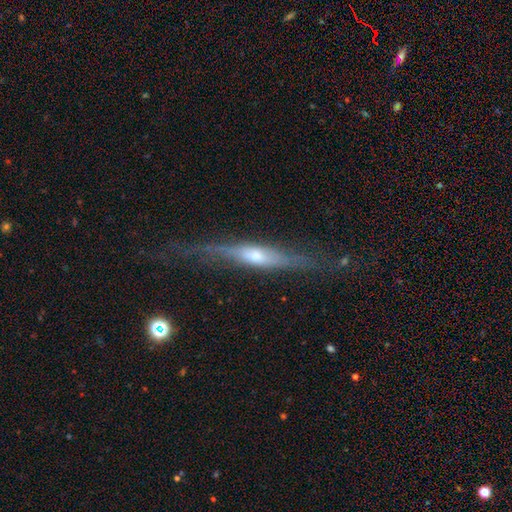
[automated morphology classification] The model was most divided on "smooth or featured": featured or disk: 67%, smooth: 27%, star or artifact: 7%. More confident: edge-on disk — yes (87%); edge-on bulge — rounded (69%); merging — none (65%).